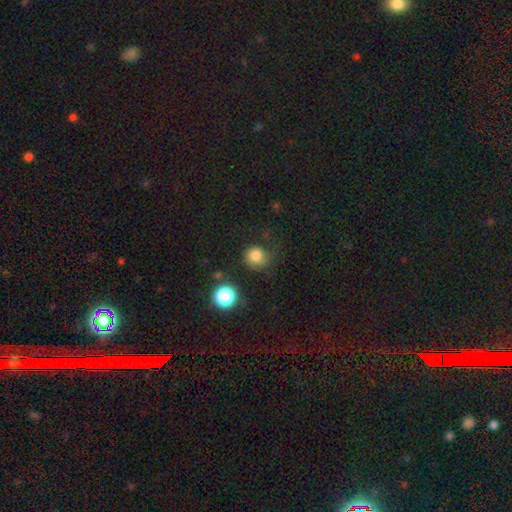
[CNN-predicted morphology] smooth 75%, featured or disk 13%, star or artifact 12%. Down the decision tree: how rounded — round (83%); merging — none (48%).